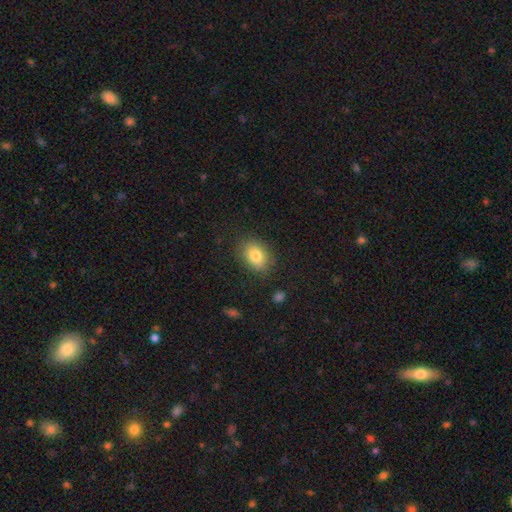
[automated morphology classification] type=smooth (80%); roundness=in between (71%); merging=none (84%).